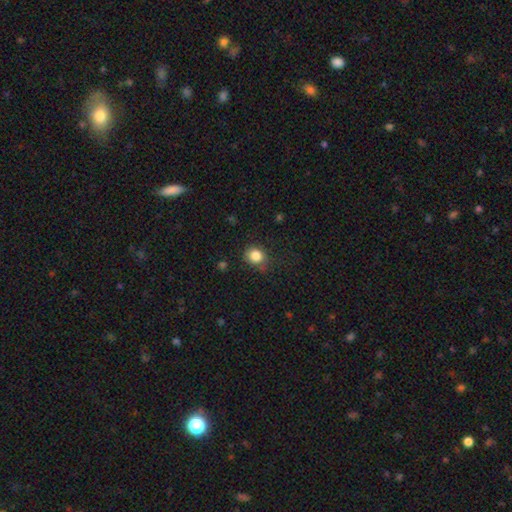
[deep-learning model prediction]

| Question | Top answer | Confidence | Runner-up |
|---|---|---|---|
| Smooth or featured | smooth | 84% | star or artifact (11%) |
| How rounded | round | 74% | in between (25%) |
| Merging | none | 73% | minor disturbance (20%) |